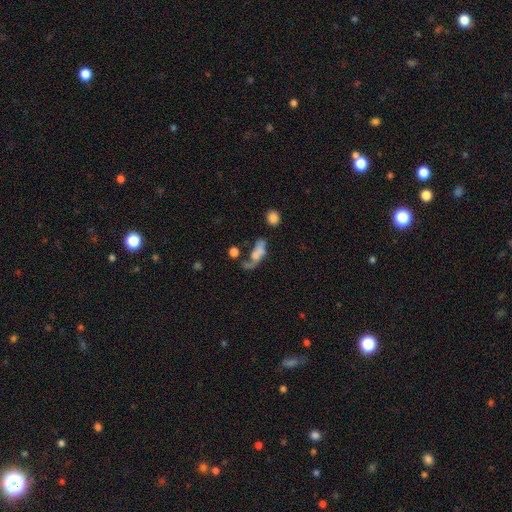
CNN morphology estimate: Smooth or featured: smooth — 54% (featured or disk — 34%)
How rounded: in between — 66% (cigar-shaped — 25%)
Merging: major disturbance — 37% (merger — 26%)